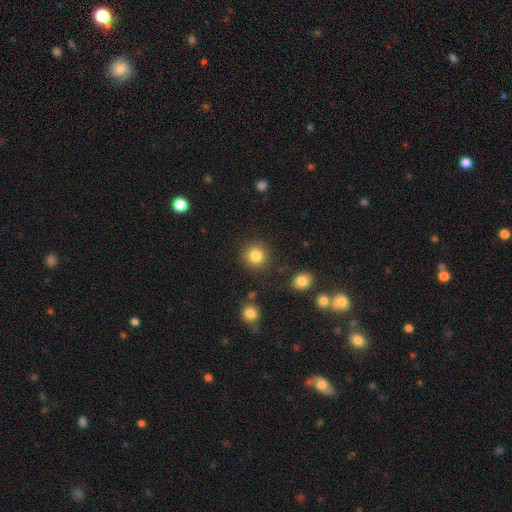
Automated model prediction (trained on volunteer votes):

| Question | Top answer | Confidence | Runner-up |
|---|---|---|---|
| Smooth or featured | smooth | 85% | star or artifact (10%) |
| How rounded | round | 92% | in between (7%) |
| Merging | none | 88% | minor disturbance (7%) |